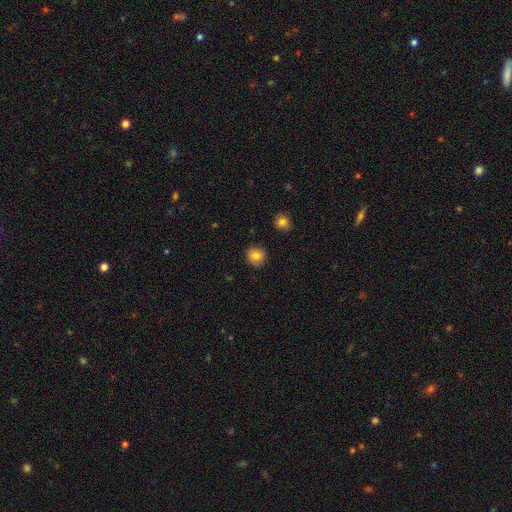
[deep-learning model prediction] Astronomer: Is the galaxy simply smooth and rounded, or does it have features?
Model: smooth — 84%.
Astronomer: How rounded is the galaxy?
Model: round — 88%.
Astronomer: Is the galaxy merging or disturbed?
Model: none — 89%.